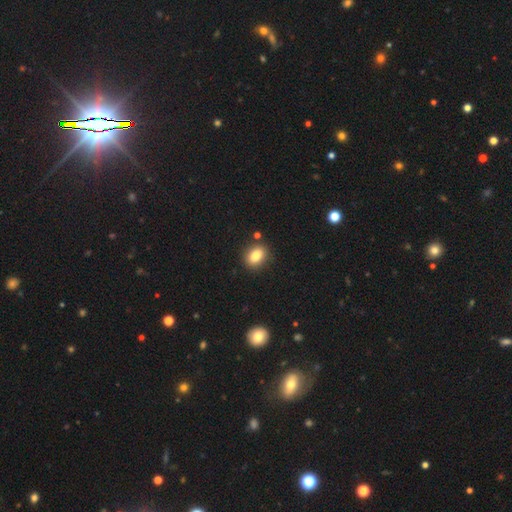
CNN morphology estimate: Smooth or featured? smooth (84%)
How rounded? in between (69%)
Merging? none (85%)